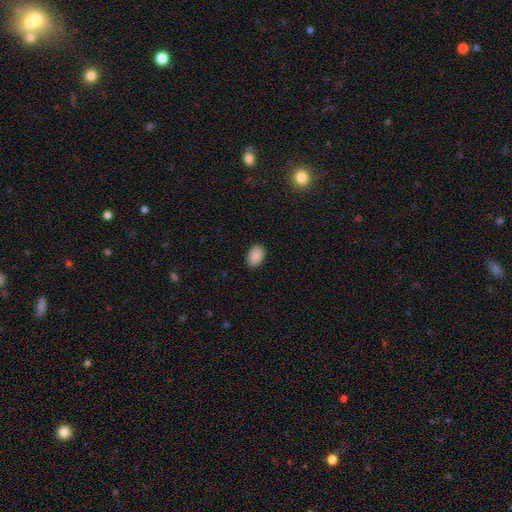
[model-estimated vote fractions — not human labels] Overall: smooth (90%). How rounded: in between (89%). Merging: none (87%).